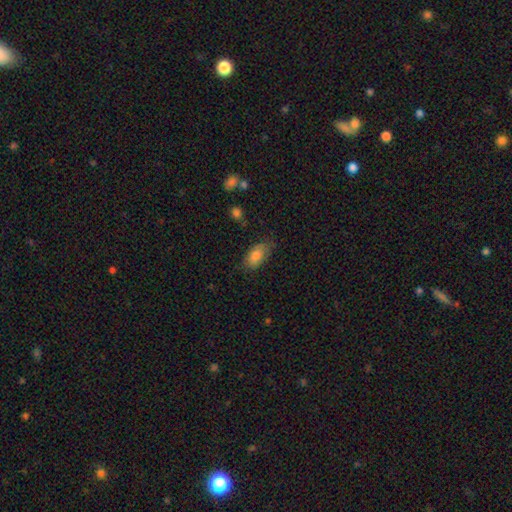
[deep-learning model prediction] The model was most divided on "merging": none: 70%, minor disturbance: 23%, major disturbance: 6%, merger: 2%. More confident: how rounded — in between (91%); smooth or featured — smooth (79%).